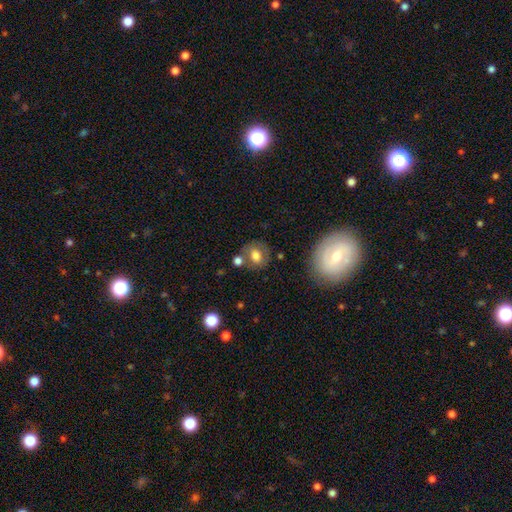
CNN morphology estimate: type=smooth (72%); roundness=round (66%); merging=none (65%).